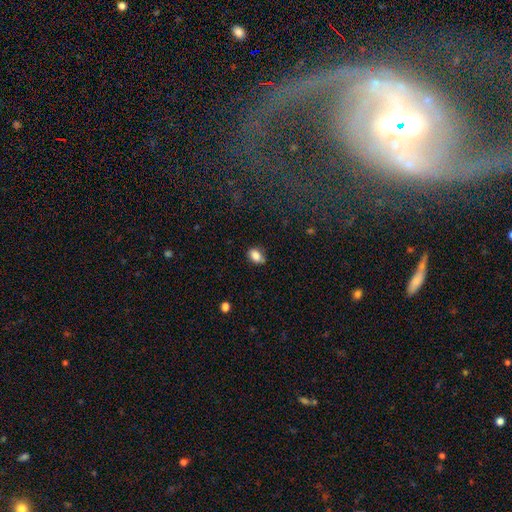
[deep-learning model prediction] Morphology: type=smooth (83%); roundness=in between (79%); merging=none (71%).